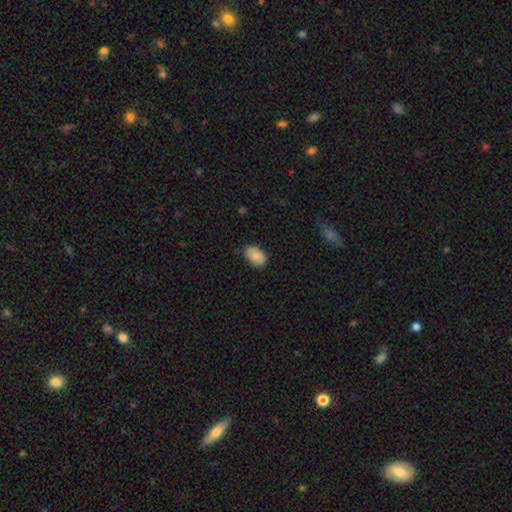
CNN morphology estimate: Smooth or featured: smooth — 85% (featured or disk — 8%)
How rounded: in between — 88% (round — 11%)
Merging: none — 80% (minor disturbance — 17%)